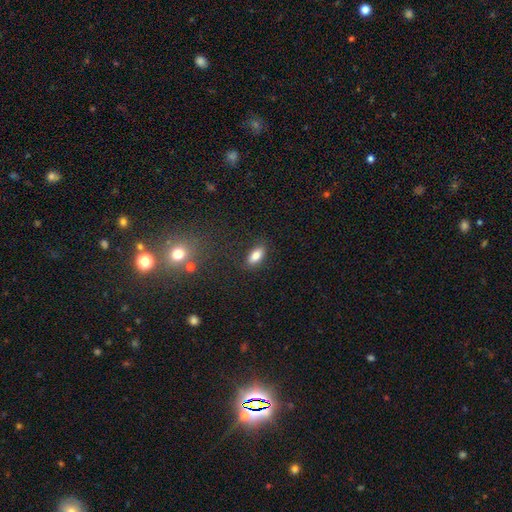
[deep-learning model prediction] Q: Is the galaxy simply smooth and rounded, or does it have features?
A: smooth — 81%.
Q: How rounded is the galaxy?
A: in between — 87%.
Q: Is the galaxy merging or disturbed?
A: none — 84%.